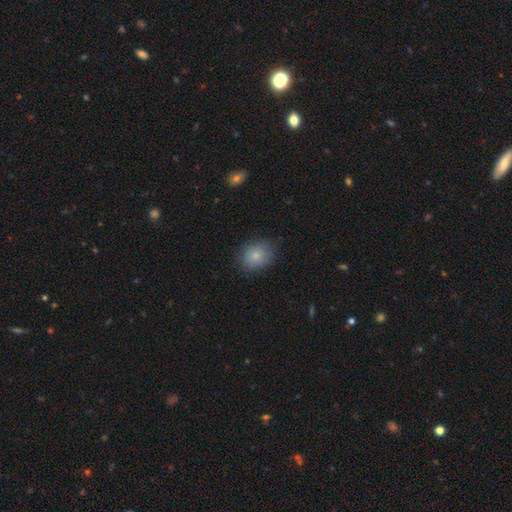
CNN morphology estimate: smooth 81%, star or artifact 10%, featured or disk 9%. Down the decision tree: how rounded — round (55%); merging — none (81%).